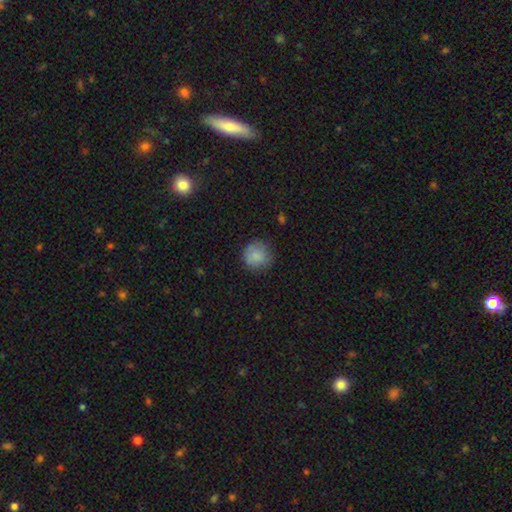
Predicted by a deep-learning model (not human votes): smooth_or_featured: smooth (p=0.83) [alt: star or artifact p=0.09]
how_rounded: round (p=0.91) [alt: in between p=0.08]
merging: none (p=0.77) [alt: minor disturbance p=0.17]